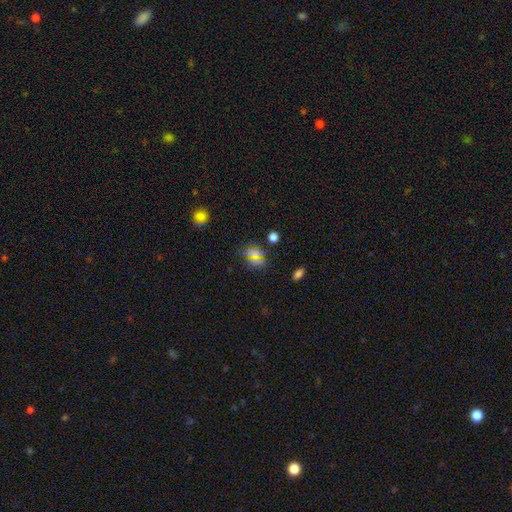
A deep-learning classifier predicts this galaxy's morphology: smooth-or-featured: smooth: 63% | star or artifact: 29% | featured or disk: 9%
  how-rounded: round: 51% | in between: 46% | cigar-shaped: 3%
  merging: none: 79% | minor disturbance: 13% | major disturbance: 5% | merger: 3%